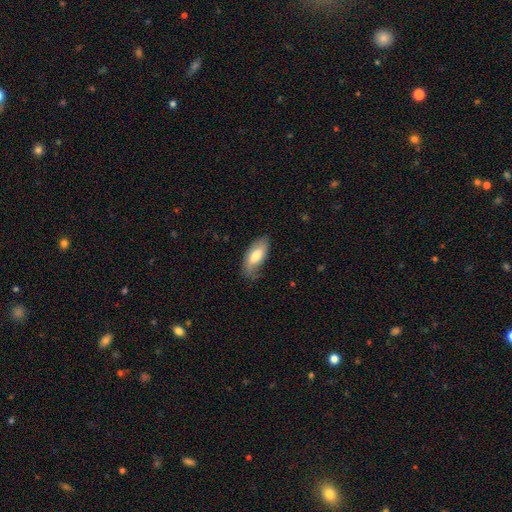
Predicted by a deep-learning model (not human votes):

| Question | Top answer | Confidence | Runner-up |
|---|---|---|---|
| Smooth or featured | smooth | 69% | featured or disk (25%) |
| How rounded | in between | 86% | cigar-shaped (12%) |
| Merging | none | 66% | minor disturbance (26%) |